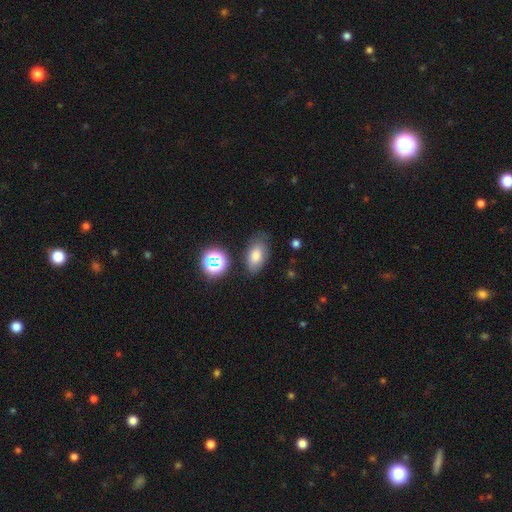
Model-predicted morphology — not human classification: Smooth or featured: smooth — 74% (star or artifact — 14%)
How rounded: in between — 88% (round — 10%)
Merging: none — 76% (minor disturbance — 16%)